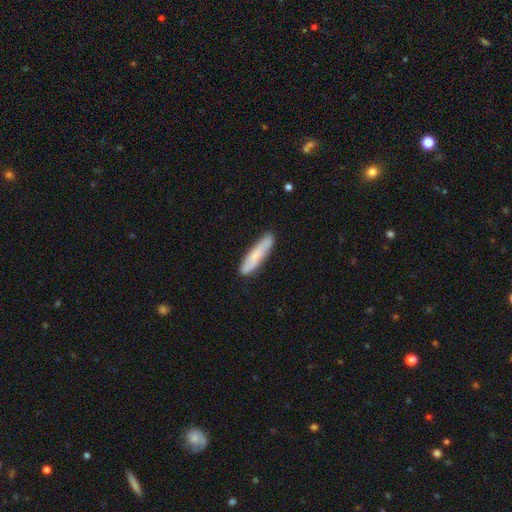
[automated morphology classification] This appears to be a smooth galaxy with no disk features (67%) that is cigar-shaped (84%). Merging: none (83%).